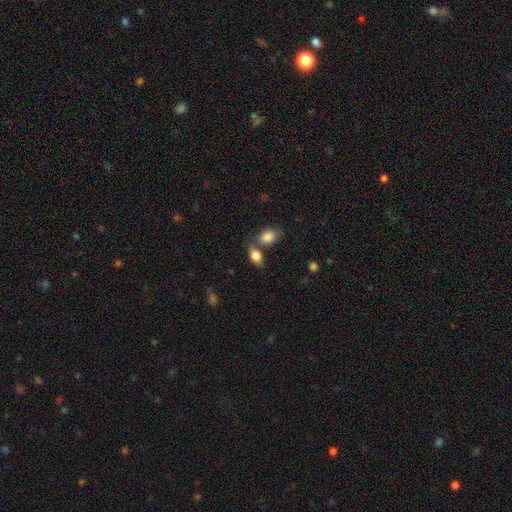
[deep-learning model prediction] Morphology: type=smooth (82%); roundness=in between (87%); merging=none (51%).